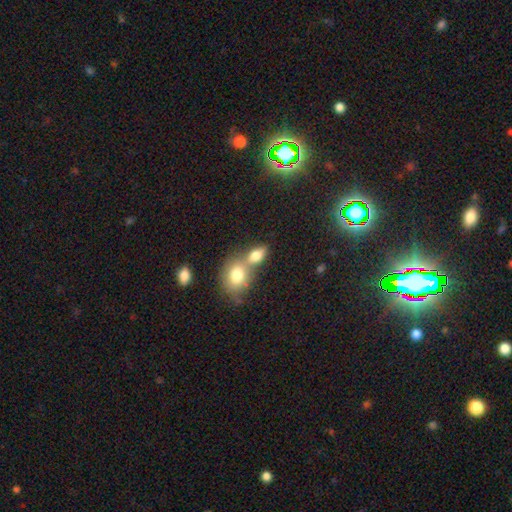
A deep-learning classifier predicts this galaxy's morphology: Smooth or featured?
  - smooth: 77% *
  - featured or disk: 13%
  - star or artifact: 9%
How rounded?
  - in between: 77% *
  - round: 20%
  - cigar-shaped: 4%
Merging?
  - merger: 58% *
  - none: 30%
  - minor disturbance: 9%
  - major disturbance: 4%